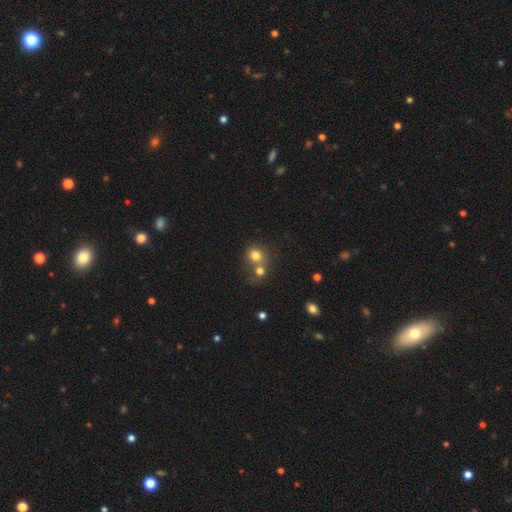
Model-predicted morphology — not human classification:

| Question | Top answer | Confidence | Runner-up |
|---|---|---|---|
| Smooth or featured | smooth | 76% | star or artifact (14%) |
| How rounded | round | 83% | in between (16%) |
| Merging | none | 45% | merger (44%) |